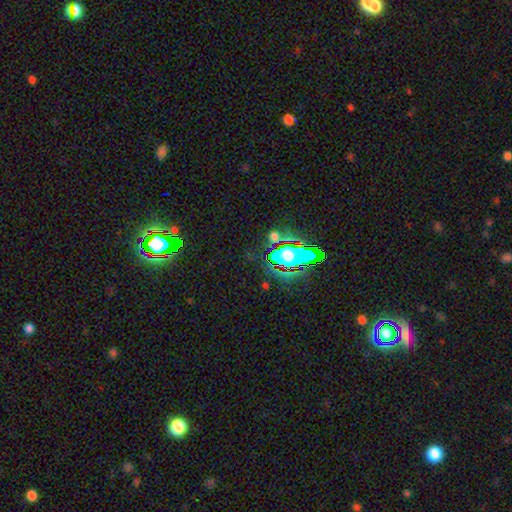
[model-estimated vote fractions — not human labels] A star or artifact, not a galaxy (71%).

Vote fractions:
- Smooth or featured? star or artifact: 71% / smooth: 17% / featured or disk: 12%